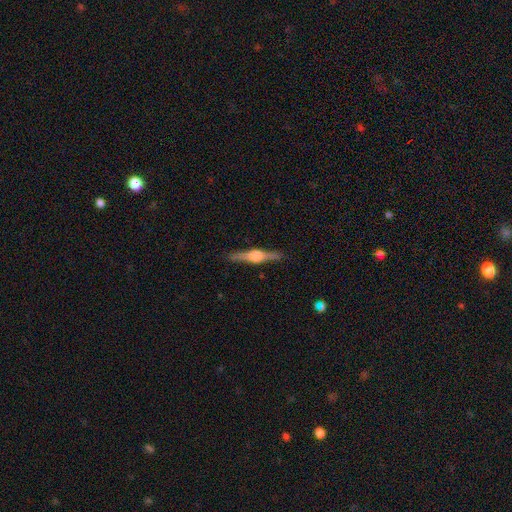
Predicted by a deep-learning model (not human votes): Smooth or featured: featured or disk — 78% (smooth — 16%)
Edge-on disk: yes — 98% (no — 2%)
Edge-on bulge: rounded — 91% (boxy — 7%)
Merging: none — 90% (minor disturbance — 7%)